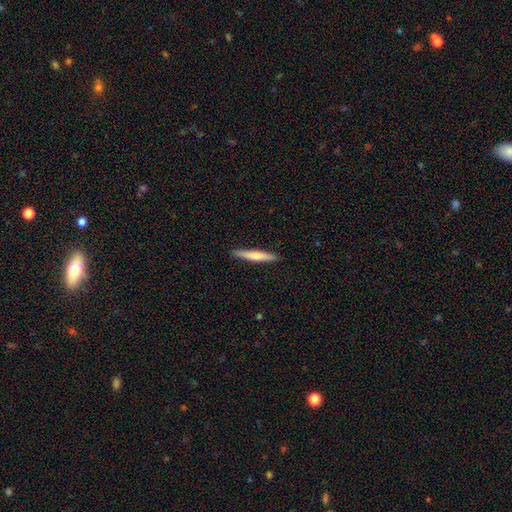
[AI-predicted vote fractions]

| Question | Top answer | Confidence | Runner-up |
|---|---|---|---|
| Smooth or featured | smooth | 63% | featured or disk (32%) |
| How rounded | cigar-shaped | 94% | in between (5%) |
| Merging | none | 91% | minor disturbance (7%) |